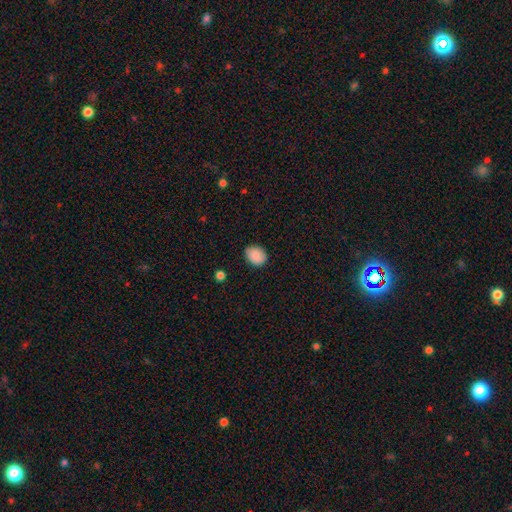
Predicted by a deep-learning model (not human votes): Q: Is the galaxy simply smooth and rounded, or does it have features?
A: smooth — 89%.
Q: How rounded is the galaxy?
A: in between — 55%.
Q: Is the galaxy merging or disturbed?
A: none — 82%.